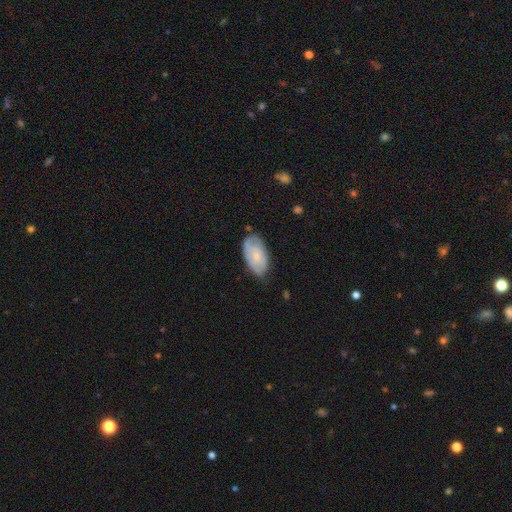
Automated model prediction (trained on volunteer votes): A smooth galaxy with no disk features (55%) that is in between round and cigar-shaped (94%). Merging: none (66%).